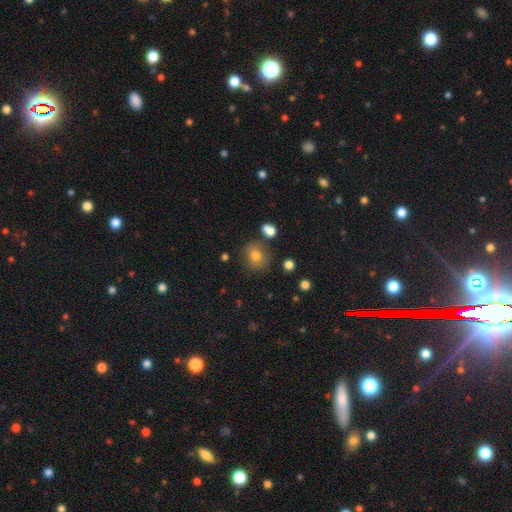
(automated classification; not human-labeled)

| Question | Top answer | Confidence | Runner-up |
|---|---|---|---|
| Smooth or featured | smooth | 76% | star or artifact (12%) |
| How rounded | round | 72% | in between (27%) |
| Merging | none | 76% | minor disturbance (14%) |